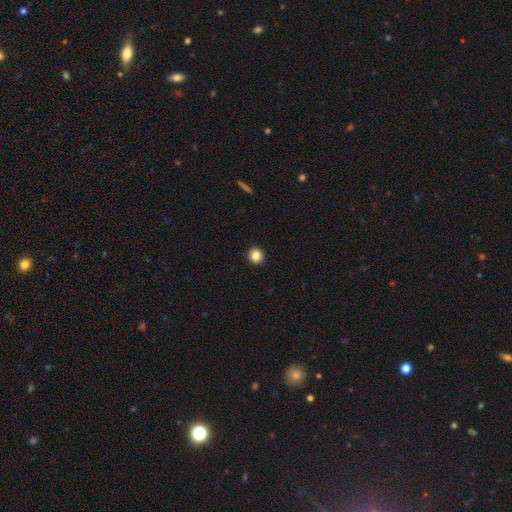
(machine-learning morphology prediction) type=smooth (85%); roundness=round (92%); merging=none (93%).